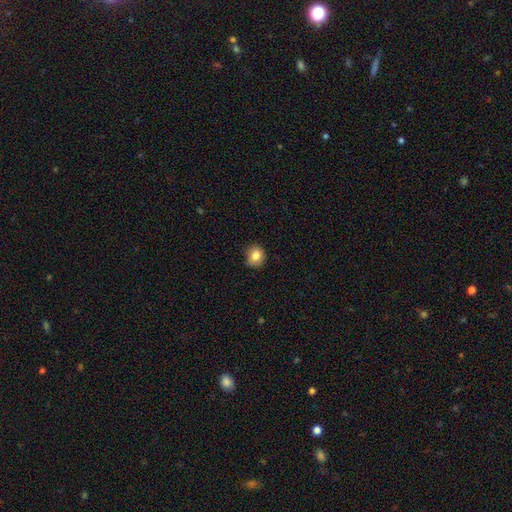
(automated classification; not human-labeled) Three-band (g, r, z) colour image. It shows a smooth galaxy with no disk features (82%) that is round (82%). Merging: none (76%).